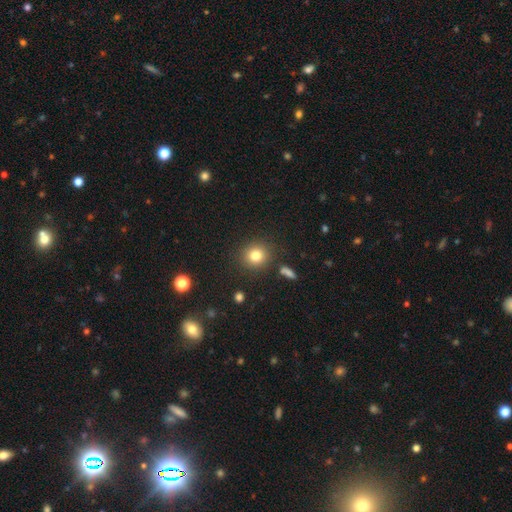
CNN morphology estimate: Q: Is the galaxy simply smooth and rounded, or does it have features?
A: smooth — 81%.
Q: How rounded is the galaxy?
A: round — 85%.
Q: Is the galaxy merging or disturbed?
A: none — 87%.